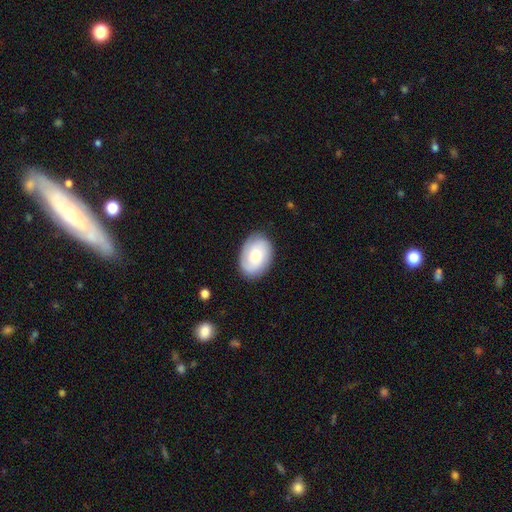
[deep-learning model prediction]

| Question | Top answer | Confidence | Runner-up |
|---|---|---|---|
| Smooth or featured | smooth | 61% | featured or disk (33%) |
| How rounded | in between | 81% | round (18%) |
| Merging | none | 84% | minor disturbance (11%) |